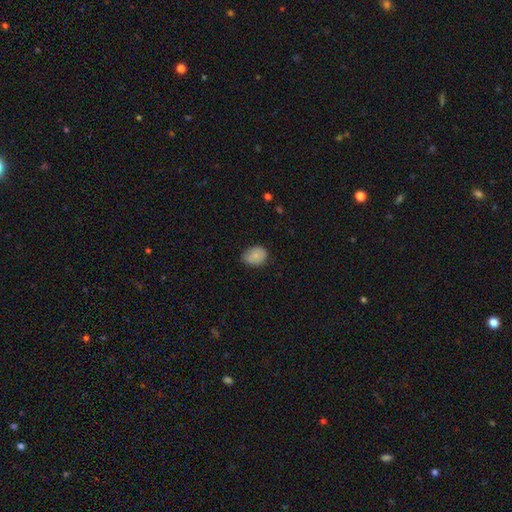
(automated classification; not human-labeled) A smooth galaxy with no disk features (79%) that is in between round and cigar-shaped (67%).

Vote fractions:
- Smooth or featured? smooth: 79% / featured or disk: 13% / star or artifact: 8%
- How rounded? in between: 67% / round: 32% / cigar-shaped: 1%
- Merging? none: 64% / minor disturbance: 30% / major disturbance: 5% / merger: 1%